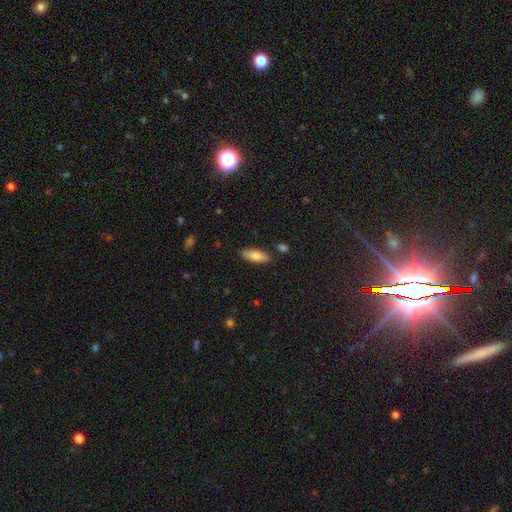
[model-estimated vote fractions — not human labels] Smooth or featured? smooth (84%)
How rounded? in between (68%)
Merging? none (84%)